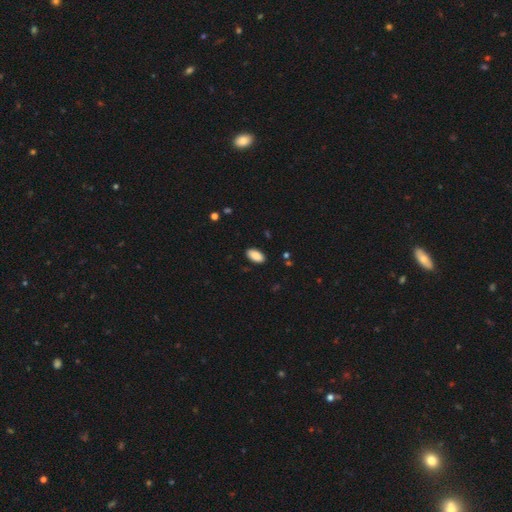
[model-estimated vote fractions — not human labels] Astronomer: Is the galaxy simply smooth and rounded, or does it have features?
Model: smooth — 88%.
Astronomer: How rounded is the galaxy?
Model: in between — 94%.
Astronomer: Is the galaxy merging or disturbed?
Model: none — 89%.